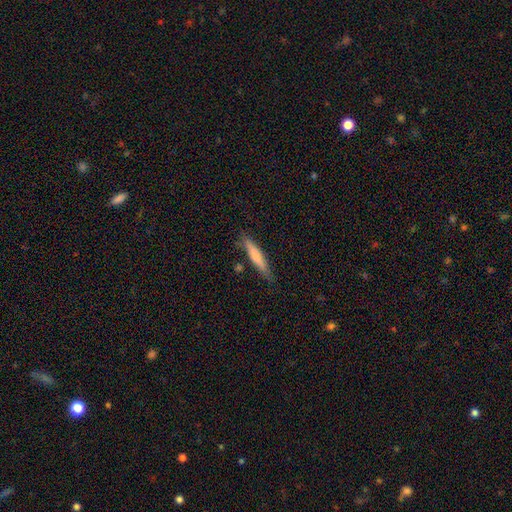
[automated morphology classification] smooth-or-featured: smooth: 70% | featured or disk: 24% | star or artifact: 6%
  how-rounded: cigar-shaped: 92% | in between: 7% | round: 1%
  merging: none: 81% | minor disturbance: 14% | major disturbance: 3% | merger: 2%